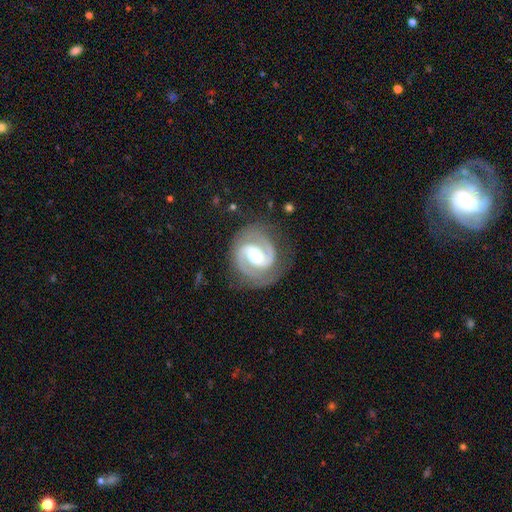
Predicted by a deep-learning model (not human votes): This appears to be a featured or disk galaxy (90%) with a weak bar (47%), 2 (92%) medium (52%) spiral arms (97%) and a moderate central bulge (69%). Merging: none (80%).